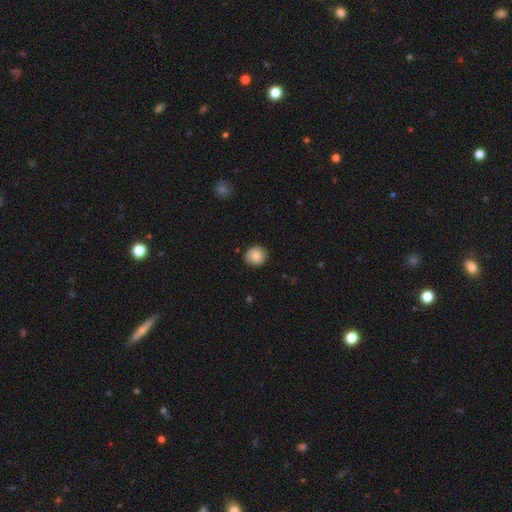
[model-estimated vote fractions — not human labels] Q: Smooth or featured?
A: smooth (75%); runner-up: featured or disk (16%)
Q: How rounded?
A: round (84%); runner-up: in between (15%)
Q: Merging?
A: none (81%); runner-up: minor disturbance (15%)